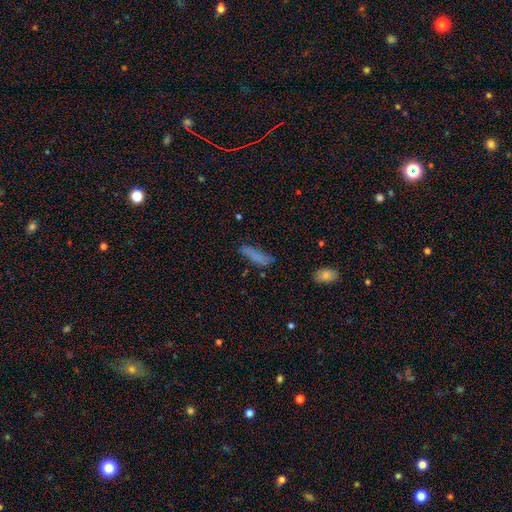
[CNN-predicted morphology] The model was most divided on "how rounded": cigar-shaped: 68%, in between: 29%, round: 2%. More confident: smooth or featured — smooth (72%); merging — none (64%).